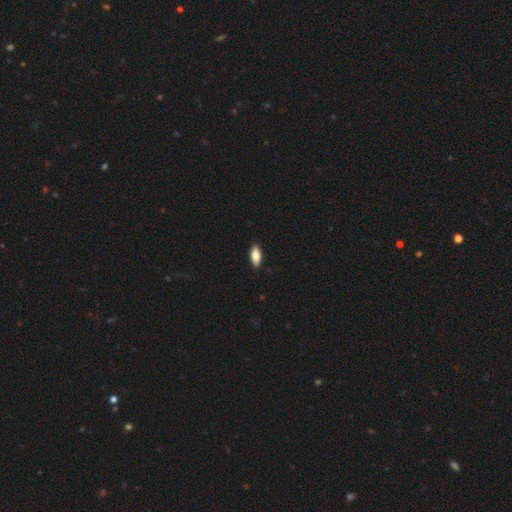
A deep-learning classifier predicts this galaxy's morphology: Smooth or featured? smooth (78%)
How rounded? in between (85%)
Merging? none (90%)